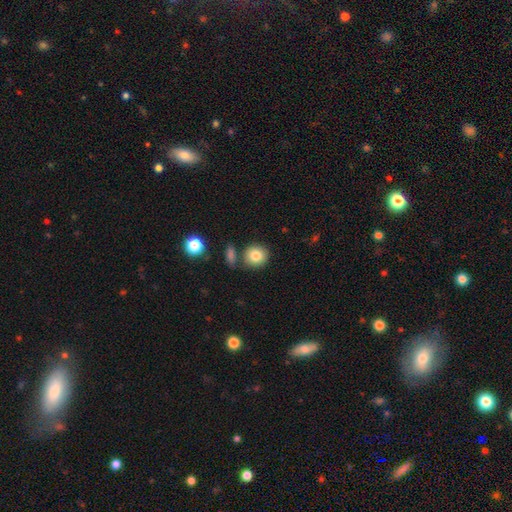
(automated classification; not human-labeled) Smooth or featured? smooth (83%)
How rounded? round (87%)
Merging? none (75%)